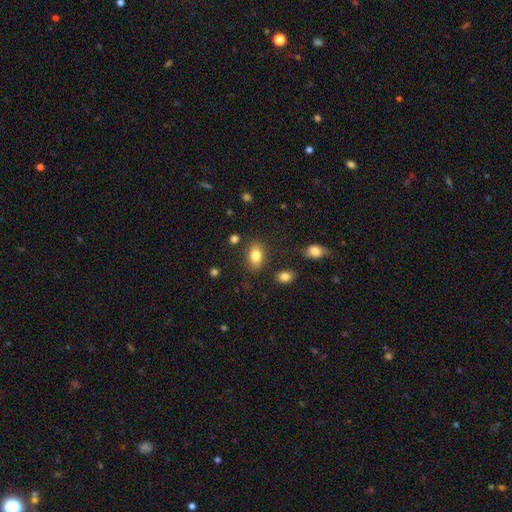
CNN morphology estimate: Smooth or featured? smooth (81%)
How rounded? in between (86%)
Merging? none (82%)